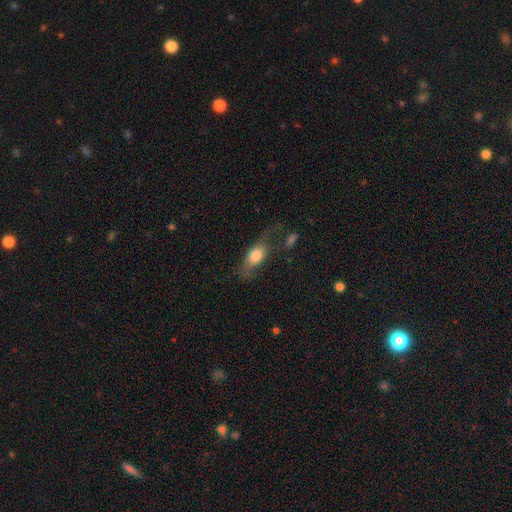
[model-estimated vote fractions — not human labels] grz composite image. It shows a smooth galaxy with no disk features (71%) that is in between round and cigar-shaped (81%). Merging: none (40%).